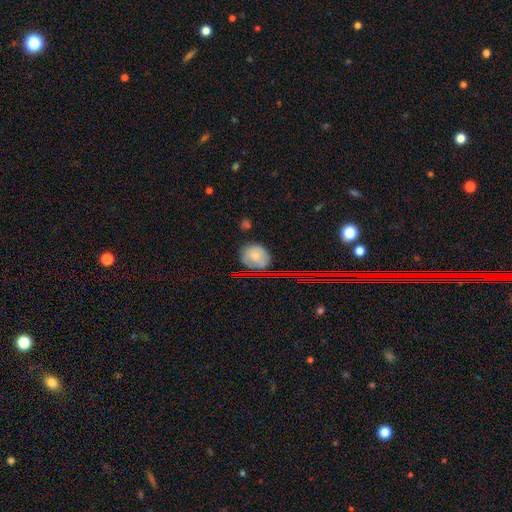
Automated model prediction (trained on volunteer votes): smooth_or_featured: smooth (p=0.69) [alt: star or artifact p=0.16]
how_rounded: round (p=0.61) [alt: in between p=0.38]
merging: none (p=0.71) [alt: minor disturbance p=0.21]